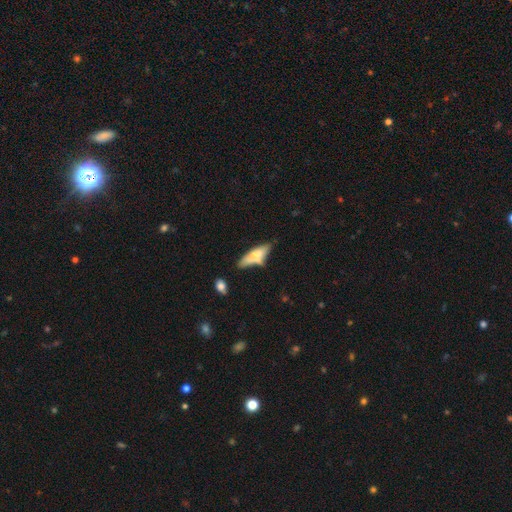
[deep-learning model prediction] Smooth or featured? smooth (63%)
How rounded? cigar-shaped (55%)
Merging? none (50%)